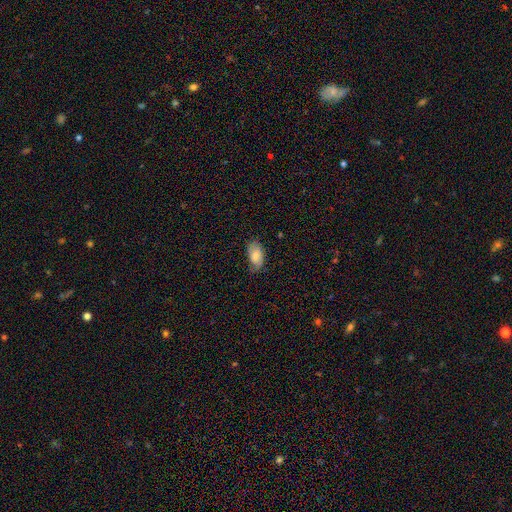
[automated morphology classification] Q: Smooth or featured?
A: smooth (73%); runner-up: featured or disk (20%)
Q: How rounded?
A: in between (94%); runner-up: round (4%)
Q: Merging?
A: none (63%); runner-up: minor disturbance (29%)